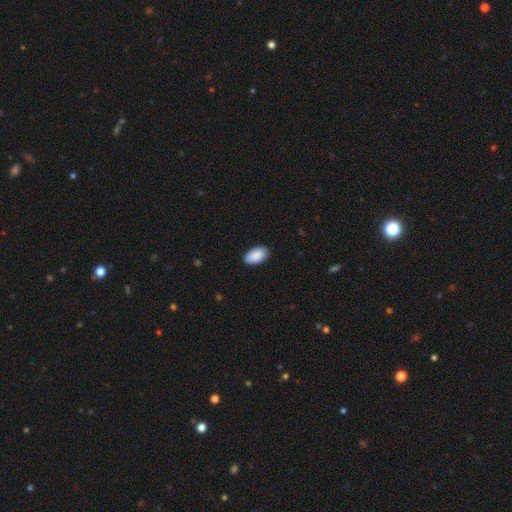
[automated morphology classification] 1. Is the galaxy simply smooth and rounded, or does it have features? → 91% smooth, 6% star or artifact, 4% featured or disk.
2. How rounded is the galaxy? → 96% in between, 3% round, 2% cigar-shaped.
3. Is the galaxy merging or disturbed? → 87% none, 10% minor disturbance, 2% major disturbance, 1% merger.